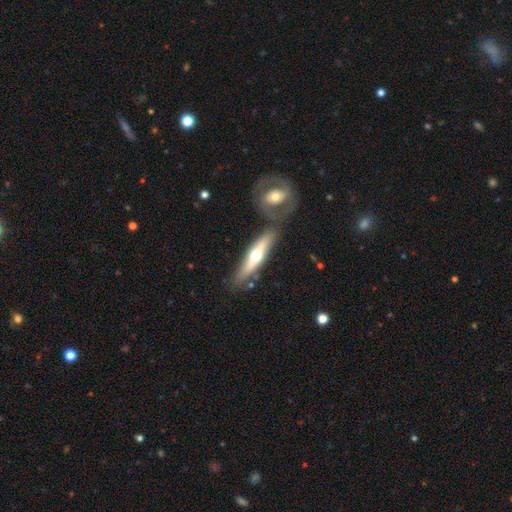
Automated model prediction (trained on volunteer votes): Smooth or featured? Predicted: featured or disk (p=0.54). Edge-on disk? Predicted: yes (p=0.81). Merging? Predicted: none (p=0.70).